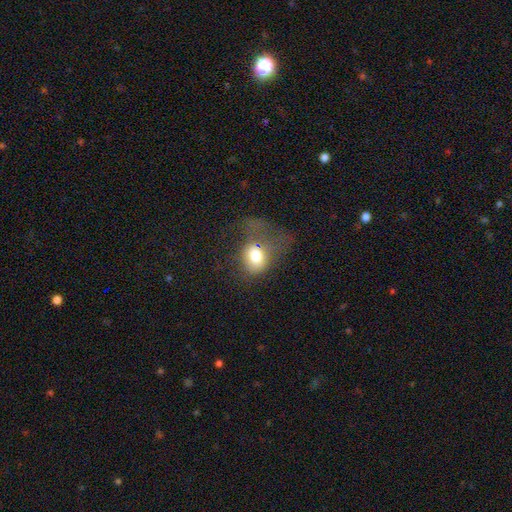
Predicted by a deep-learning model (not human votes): The model was most divided on "how rounded": in between: 50%, round: 49%, cigar-shaped: 1%. More confident: smooth or featured — smooth (72%); merging — major disturbance (51%).